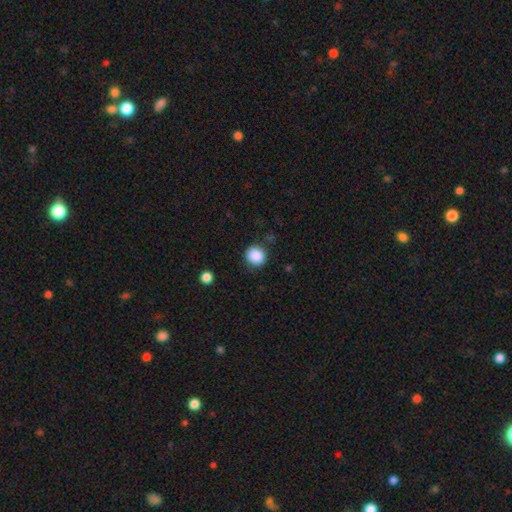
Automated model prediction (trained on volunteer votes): Smooth or featured? smooth (88%)
How rounded? round (88%)
Merging? none (86%)